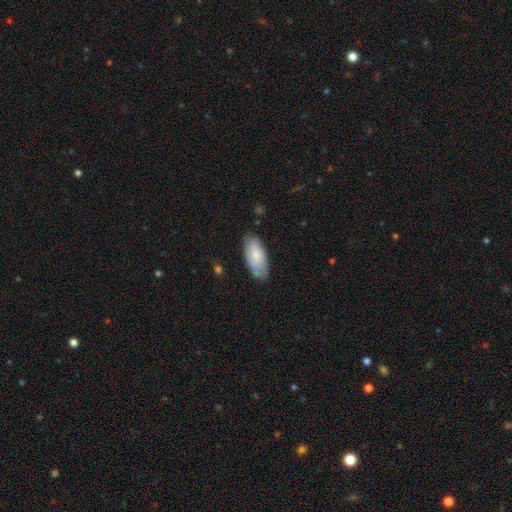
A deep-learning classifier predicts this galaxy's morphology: Smooth or featured? smooth (71%)
How rounded? in between (90%)
Merging? none (75%)